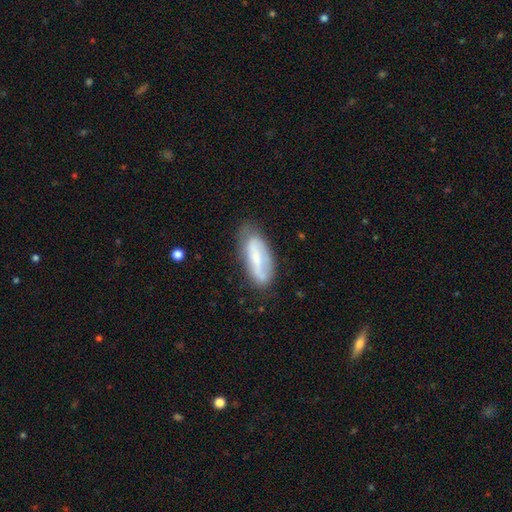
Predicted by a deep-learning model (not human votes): A smooth galaxy with no disk features (51%) that is in between round and cigar-shaped (71%).

Vote fractions:
- Smooth or featured? smooth: 51% / featured or disk: 42% / star or artifact: 7%
- How rounded? in between: 71% / cigar-shaped: 27% / round: 2%
- Merging? none: 65% / minor disturbance: 25% / major disturbance: 8% / merger: 2%